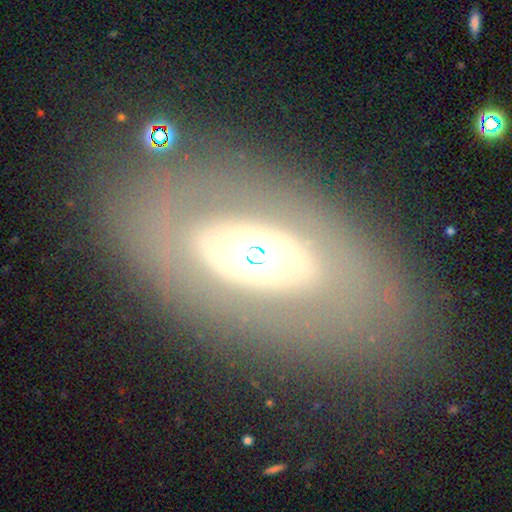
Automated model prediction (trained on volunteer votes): A featured or disk galaxy (61%) with no bar (66%), no spiral arms (72%) and a moderate central bulge (49%).

Vote fractions:
- Smooth or featured? featured or disk: 61% / smooth: 28% / star or artifact: 11%
- Edge-on disk? no: 83% / yes: 17%
- Bar? no: 66% / weak: 18% / strong: 16%
- Spiral arms? no: 72% / yes: 28%
- Bulge size? moderate: 49% / large: 32% / dominant: 9% / small: 8% / none: 2%
- Merging? none: 73% / minor disturbance: 12% / major disturbance: 12% / merger: 2%